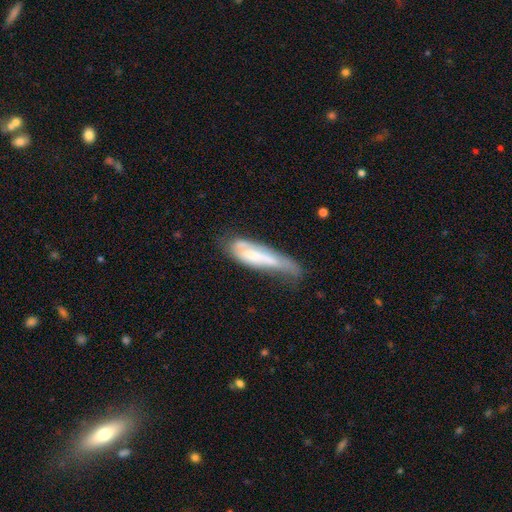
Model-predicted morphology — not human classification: This appears to be a smooth galaxy with no disk features (50%). Merging: minor disturbance (35%).